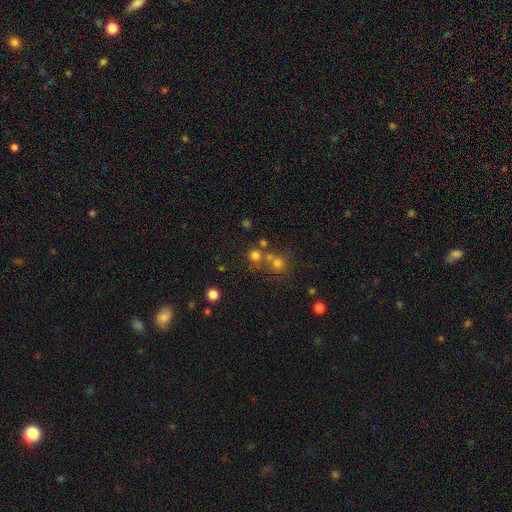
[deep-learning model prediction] A smooth galaxy with no disk features (71%) that is round (89%).

Vote fractions:
- Smooth or featured? smooth: 71% / star or artifact: 20% / featured or disk: 9%
- How rounded? round: 89% / in between: 10% / cigar-shaped: 1%
- Merging? none: 62% / merger: 27% / minor disturbance: 7% / major disturbance: 4%